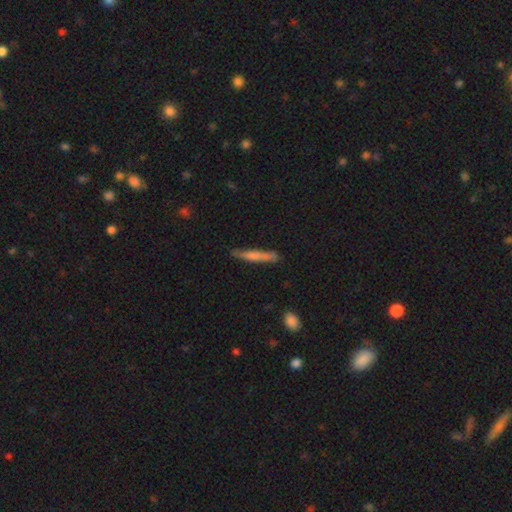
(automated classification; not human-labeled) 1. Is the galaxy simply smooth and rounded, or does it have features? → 61% smooth, 32% featured or disk, 6% star or artifact.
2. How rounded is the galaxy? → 94% cigar-shaped, 5% in between, 2% round.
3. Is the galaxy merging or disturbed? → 76% none, 17% minor disturbance, 4% major disturbance, 3% merger.